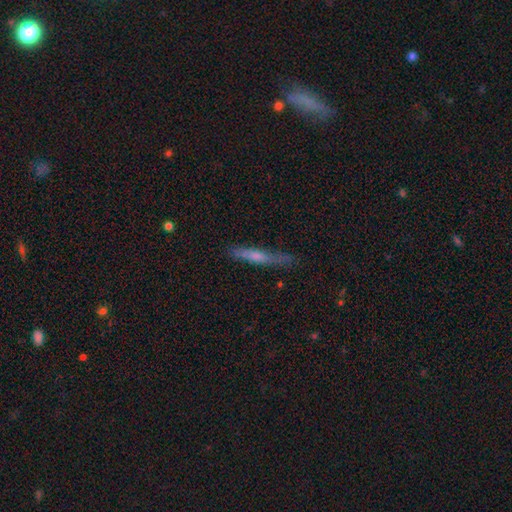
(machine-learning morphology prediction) A featured or disk galaxy (50%) viewed edge-on (91%). Merging: none (78%).